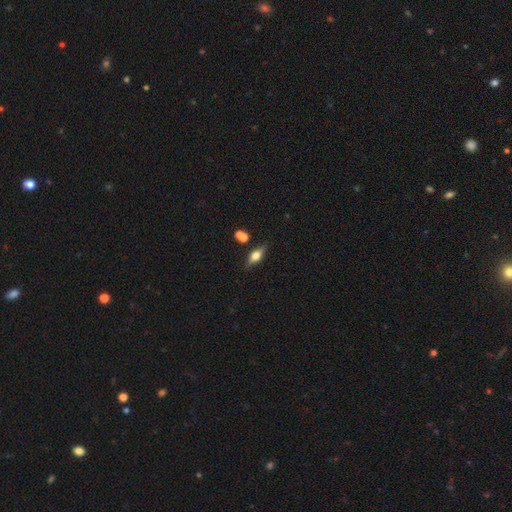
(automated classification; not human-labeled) Q: Smooth or featured?
A: featured or disk (54%); runner-up: smooth (38%)
Q: Edge-on disk?
A: yes (91%); runner-up: no (9%)
Q: Merging?
A: none (78%); runner-up: minor disturbance (12%)